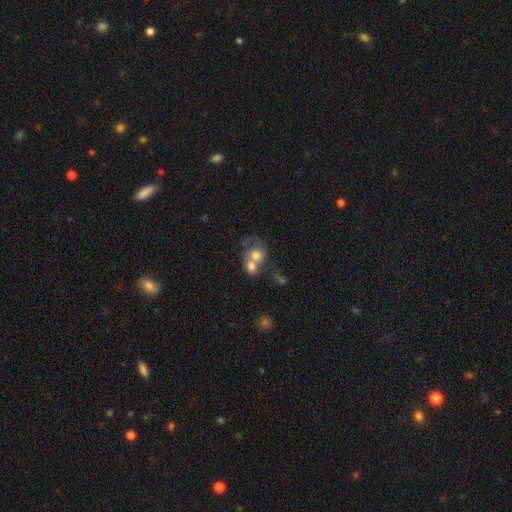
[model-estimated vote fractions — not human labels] Morphology: type=smooth (65%); roundness=round (63%); merging=merger (69%).